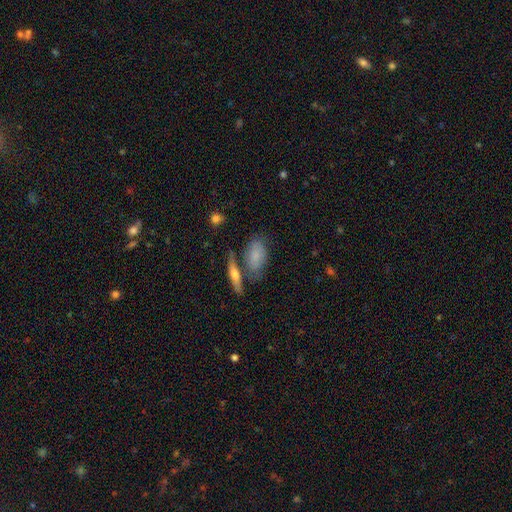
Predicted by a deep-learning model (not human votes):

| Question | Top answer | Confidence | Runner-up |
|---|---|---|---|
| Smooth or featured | smooth | 67% | featured or disk (25%) |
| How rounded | in between | 83% | cigar-shaped (11%) |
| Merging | none | 56% | merger (20%) |